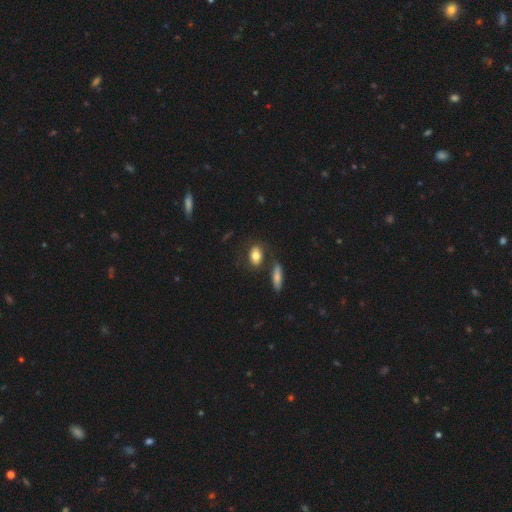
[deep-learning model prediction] smooth 79%, featured or disk 13%, star or artifact 8%. Down the decision tree: how rounded — in between (80%); merging — none (71%).